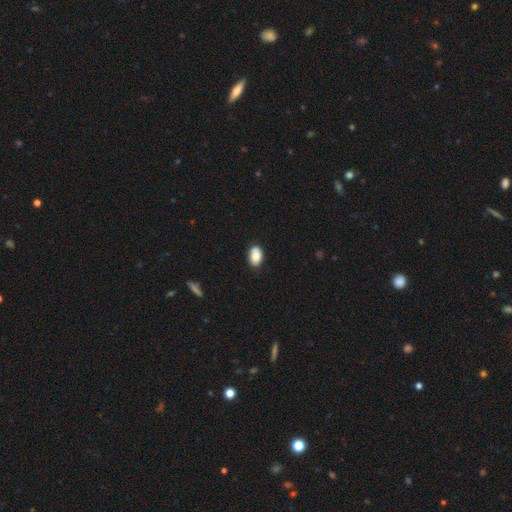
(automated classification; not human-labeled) A smooth galaxy with no disk features (88%) that is in between round and cigar-shaped (90%). Merging: none (82%).